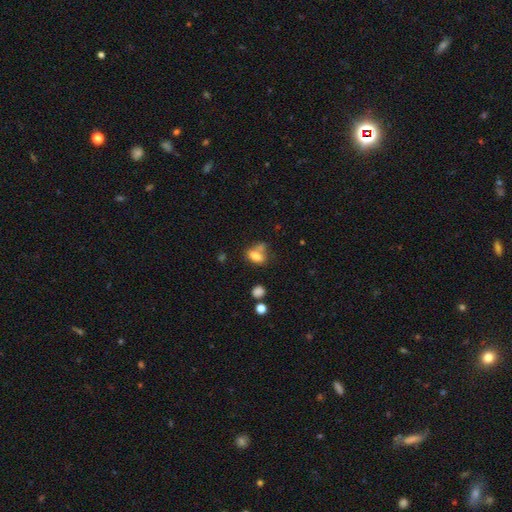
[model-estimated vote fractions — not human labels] smooth_or_featured: smooth (p=0.76) [alt: featured or disk p=0.13]
how_rounded: in between (p=0.81) [alt: round p=0.13]
merging: none (p=0.41) [alt: merger p=0.29]